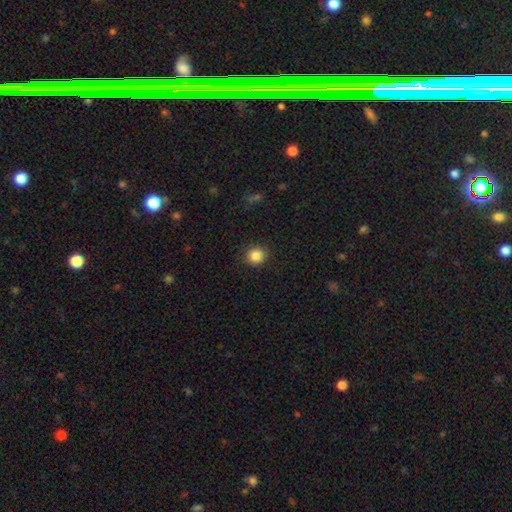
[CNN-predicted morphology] Smooth or featured?
  - smooth: 87% *
  - star or artifact: 10%
  - featured or disk: 3%
How rounded?
  - round: 91% *
  - in between: 8%
  - cigar-shaped: 1%
Merging?
  - none: 90% *
  - minor disturbance: 7%
  - major disturbance: 2%
  - merger: 1%